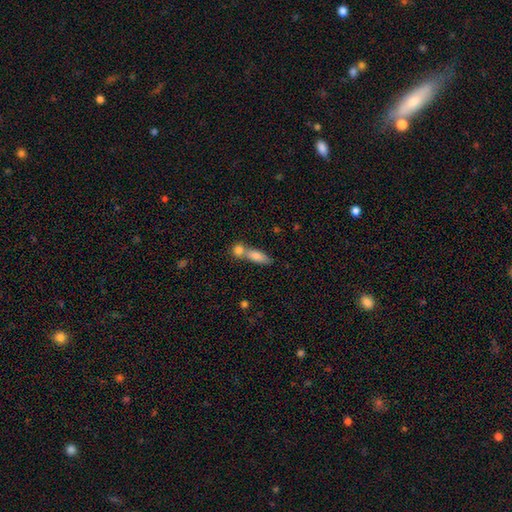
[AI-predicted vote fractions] This is likely a smooth galaxy (75%). How rounded: possibly in between (56%). Merging: possibly merger (52%).